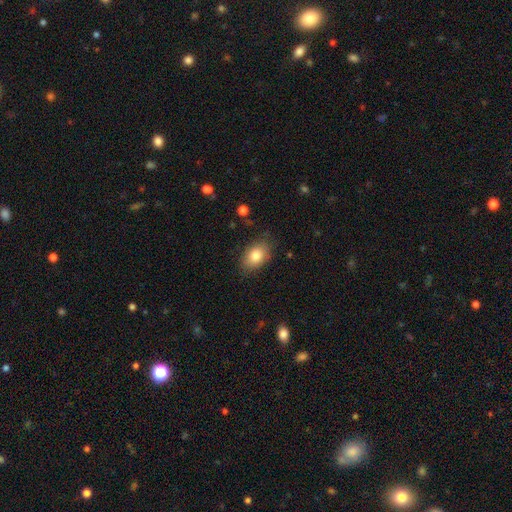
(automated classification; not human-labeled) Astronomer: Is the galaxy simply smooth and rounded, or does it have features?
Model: smooth — 81%.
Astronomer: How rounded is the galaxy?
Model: in between — 82%.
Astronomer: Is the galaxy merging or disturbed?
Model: none — 82%.